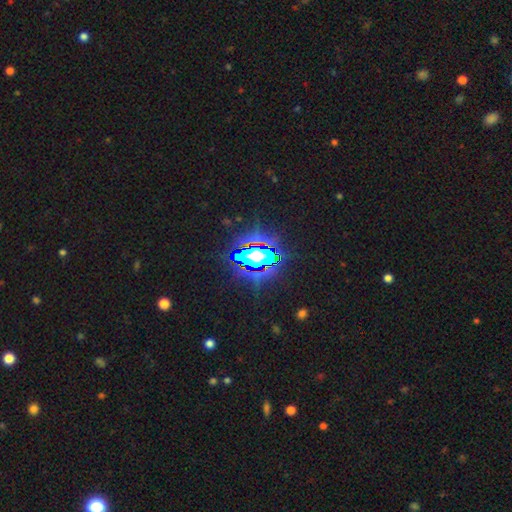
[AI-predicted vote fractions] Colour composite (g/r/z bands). It shows a star or artifact, not a galaxy (65%).